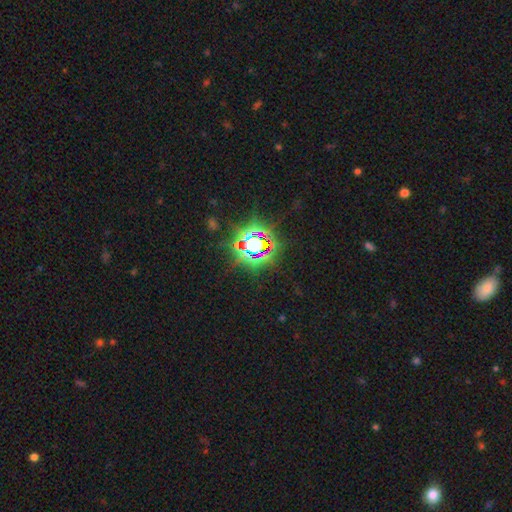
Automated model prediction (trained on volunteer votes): This is clearly a star or artifact rather than a galaxy (83%).